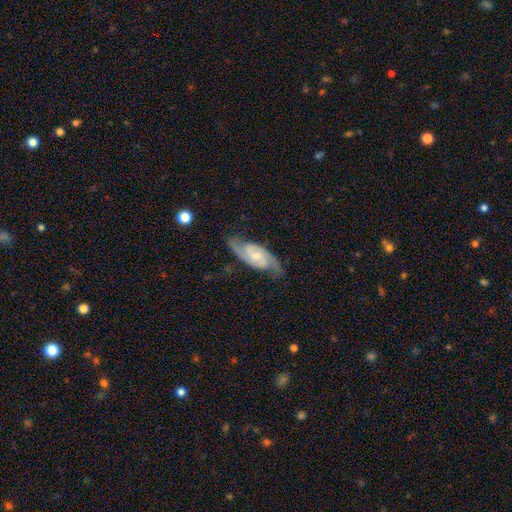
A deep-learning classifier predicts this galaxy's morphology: Smooth or featured? featured or disk (87%)
Edge-on disk? no (94%)
Bar? no (45%)
Spiral arms? yes (97%)
Spiral winding? medium (51%)
Spiral arm count? 2 (91%)
Bulge size? small (49%)
Merging? none (77%)